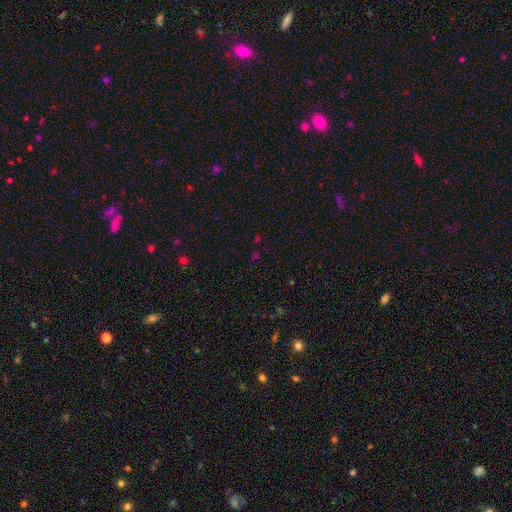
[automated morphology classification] Smooth or featured? Predicted: star or artifact (p=0.58).